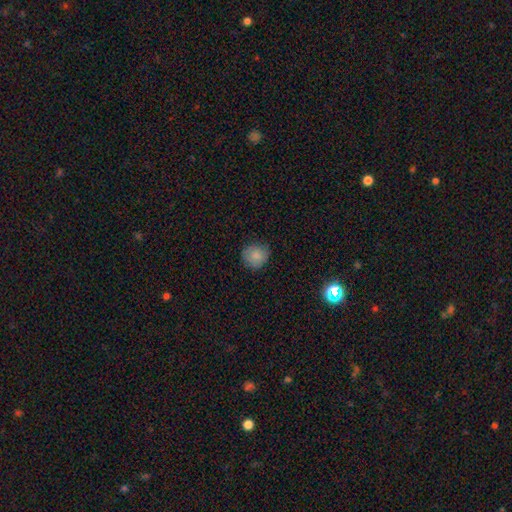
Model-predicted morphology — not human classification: A smooth galaxy with no disk features (84%) that is round (89%). Merging: none (82%).